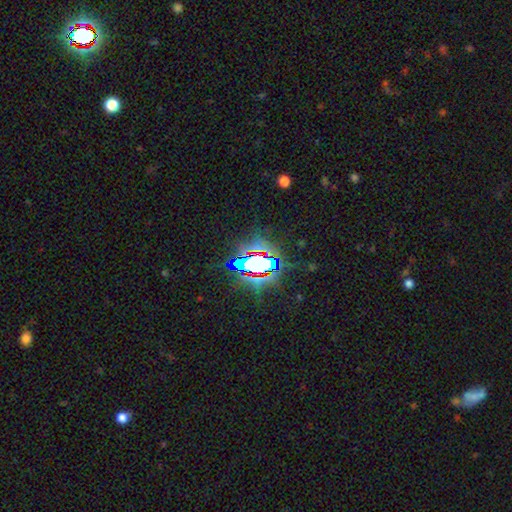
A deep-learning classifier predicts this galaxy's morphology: smooth_or_featured: star or artifact (p=0.81) [alt: smooth p=0.11]